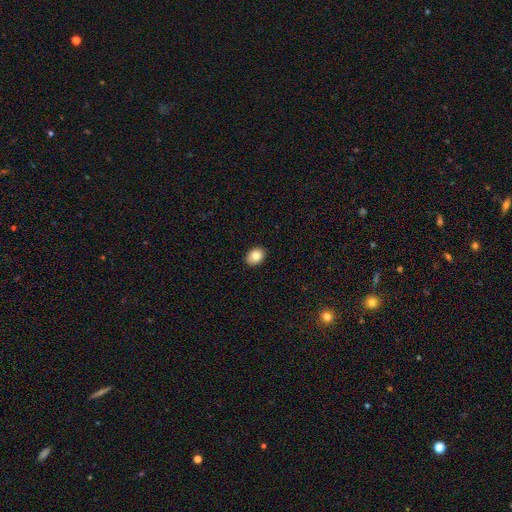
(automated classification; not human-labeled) smooth 82%, featured or disk 10%, star or artifact 9%. Down the decision tree: how rounded — in between (69%); merging — none (90%).